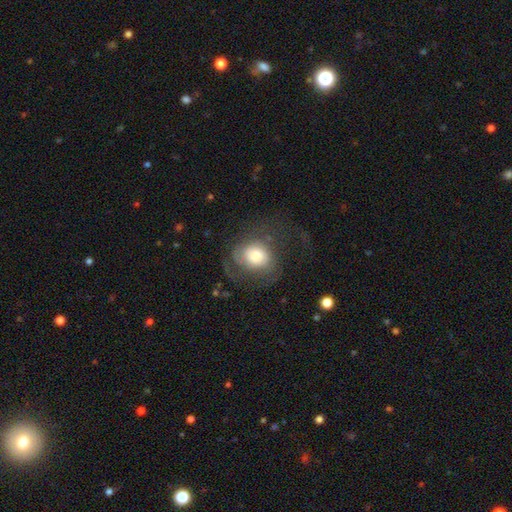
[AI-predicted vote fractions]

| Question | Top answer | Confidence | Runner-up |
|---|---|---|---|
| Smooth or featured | smooth | 47% | featured or disk (45%) |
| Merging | none | 46% | major disturbance (33%) |